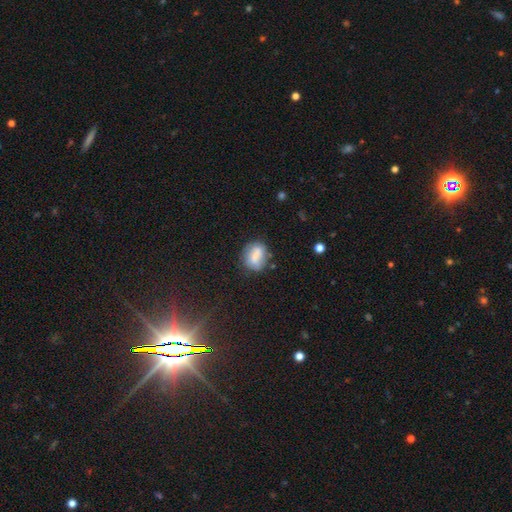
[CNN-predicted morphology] This appears to be a smooth galaxy with no disk features (65%) that is in between round and cigar-shaped (57%). Merging: none (65%).